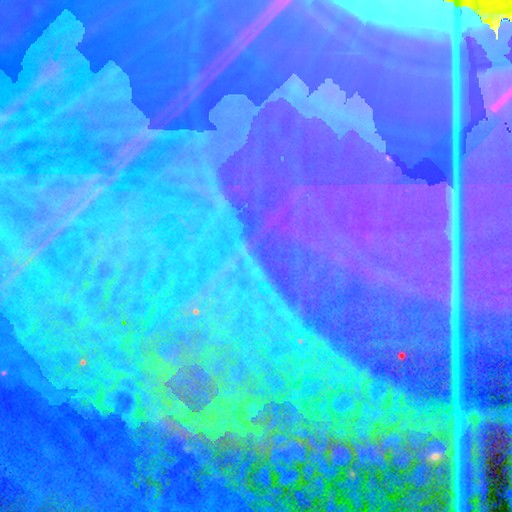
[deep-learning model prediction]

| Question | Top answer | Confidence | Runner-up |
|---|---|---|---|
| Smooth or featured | star or artifact | 86% | featured or disk (8%) |